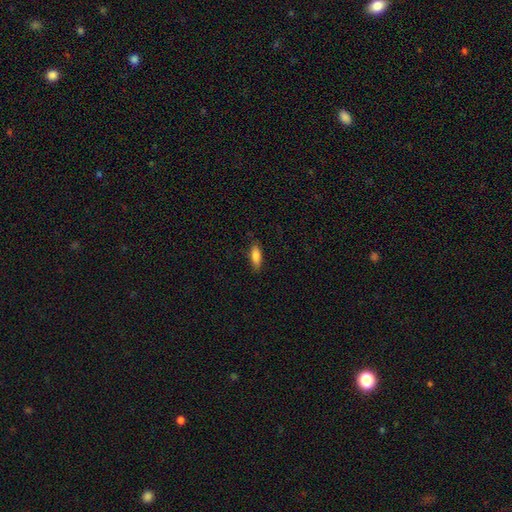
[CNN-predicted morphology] A smooth galaxy with no disk features (85%) that is in between round and cigar-shaped (67%).

Vote fractions:
- Smooth or featured? smooth: 85% / featured or disk: 8% / star or artifact: 7%
- How rounded? in between: 67% / cigar-shaped: 31% / round: 2%
- Merging? none: 81% / minor disturbance: 15% / major disturbance: 3% / merger: 1%